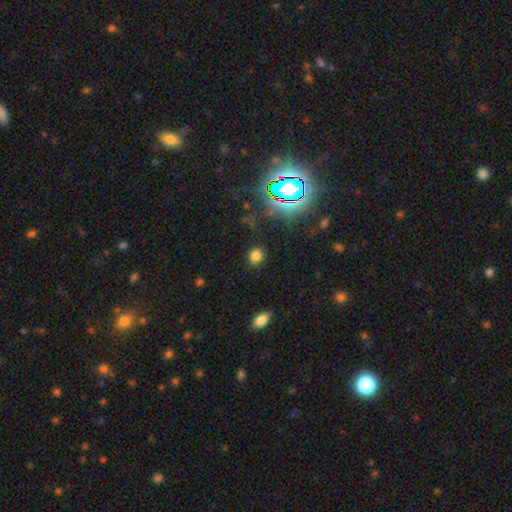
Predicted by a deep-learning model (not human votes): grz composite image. It shows a smooth galaxy with no disk features (72%) that is round (77%). Merging: none (85%).